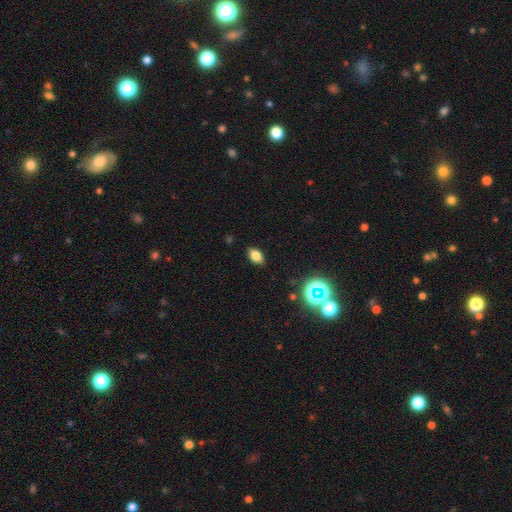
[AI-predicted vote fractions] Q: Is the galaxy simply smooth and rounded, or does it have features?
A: smooth — 76%.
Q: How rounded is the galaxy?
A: in between — 85%.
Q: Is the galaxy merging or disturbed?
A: none — 86%.